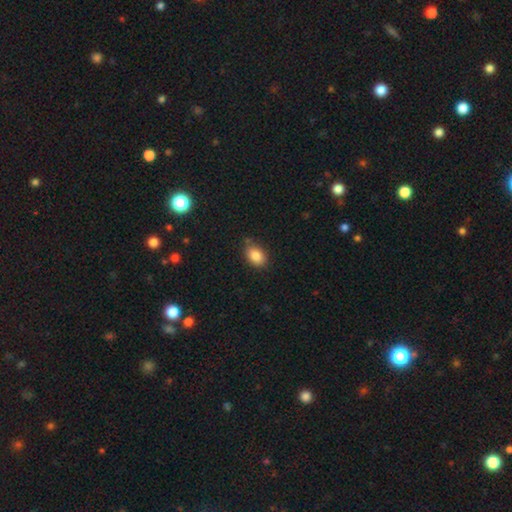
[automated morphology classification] The model was most divided on "merging": none: 75%, minor disturbance: 19%, major disturbance: 3%, merger: 3%. More confident: smooth or featured — smooth (86%); how rounded — in between (84%).